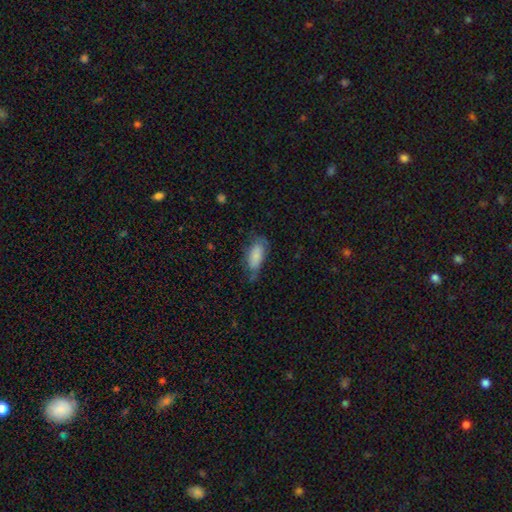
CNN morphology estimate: Smooth or featured?
  - smooth: 80% *
  - featured or disk: 13%
  - star or artifact: 7%
How rounded?
  - in between: 85% *
  - cigar-shaped: 12%
  - round: 3%
Merging?
  - none: 49% *
  - minor disturbance: 35%
  - major disturbance: 13%
  - merger: 3%